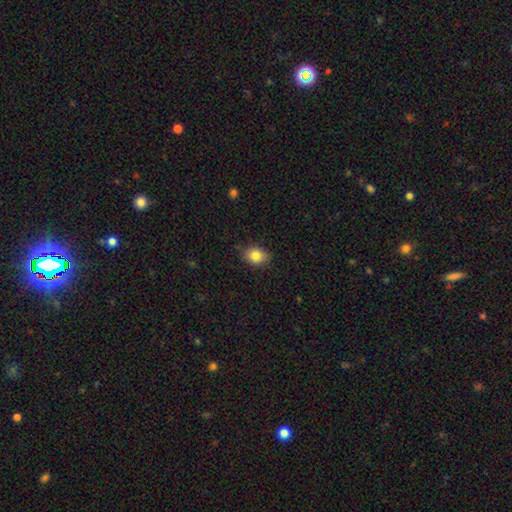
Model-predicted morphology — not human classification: Smooth or featured?
  - smooth: 84% *
  - star or artifact: 9%
  - featured or disk: 7%
How rounded?
  - in between: 57% *
  - round: 42%
  - cigar-shaped: 1%
Merging?
  - none: 82% *
  - minor disturbance: 15%
  - major disturbance: 3%
  - merger: 1%